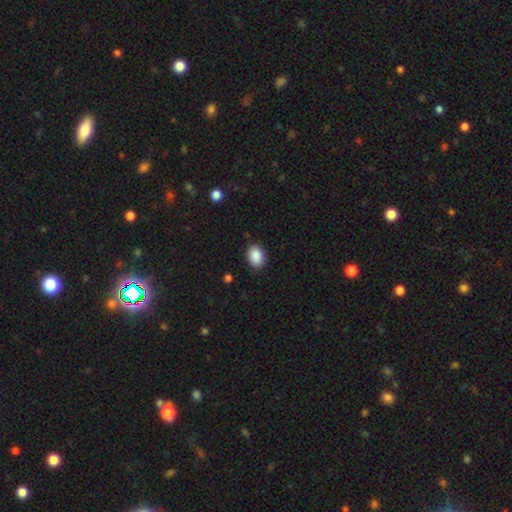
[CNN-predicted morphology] Smooth or featured?
  - smooth: 89% *
  - star or artifact: 7%
  - featured or disk: 3%
How rounded?
  - in between: 77% *
  - round: 22%
  - cigar-shaped: 1%
Merging?
  - none: 88% *
  - minor disturbance: 9%
  - major disturbance: 2%
  - merger: 1%